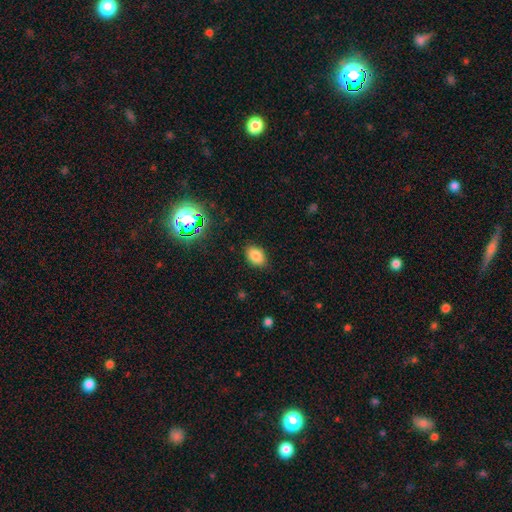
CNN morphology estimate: A smooth galaxy with no disk features (82%) that is in between round and cigar-shaped (82%). Merging: none (85%).